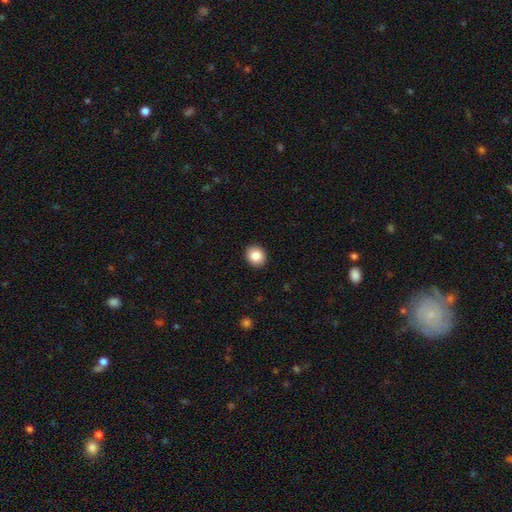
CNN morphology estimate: Q: Smooth or featured?
A: smooth (87%); runner-up: star or artifact (9%)
Q: How rounded?
A: round (76%); runner-up: in between (23%)
Q: Merging?
A: none (92%); runner-up: minor disturbance (5%)